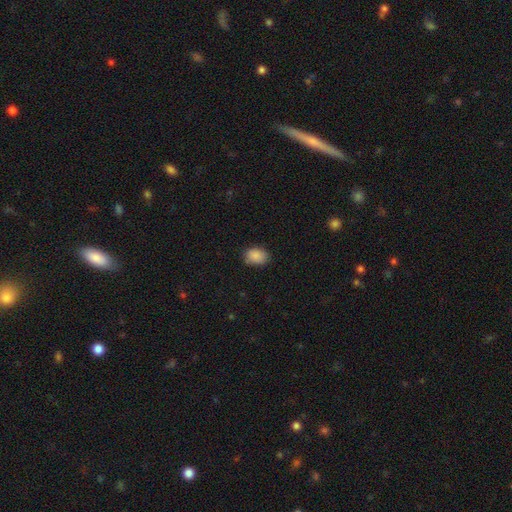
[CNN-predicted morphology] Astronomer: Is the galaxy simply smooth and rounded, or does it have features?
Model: smooth — 88%.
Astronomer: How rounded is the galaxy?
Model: in between — 72%.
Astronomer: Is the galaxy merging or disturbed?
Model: none — 78%.